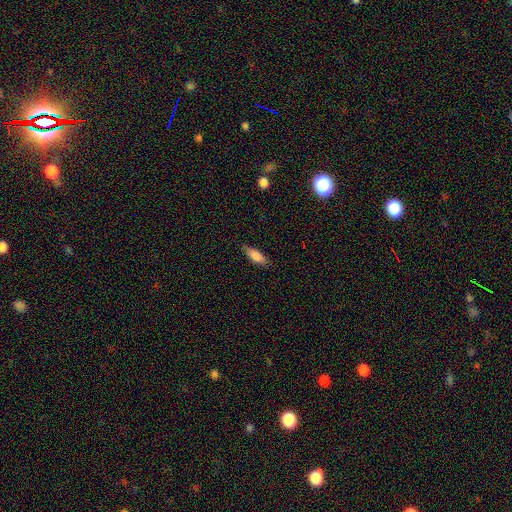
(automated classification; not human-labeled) This appears to be a smooth galaxy with no disk features (82%) that is in between round and cigar-shaped (64%). Merging: none (81%).